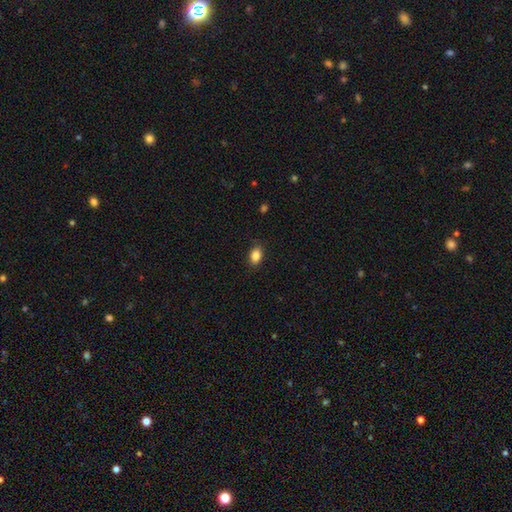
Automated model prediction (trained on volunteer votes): A smooth galaxy with no disk features (86%) that is in between round and cigar-shaped (83%). Merging: none (86%).